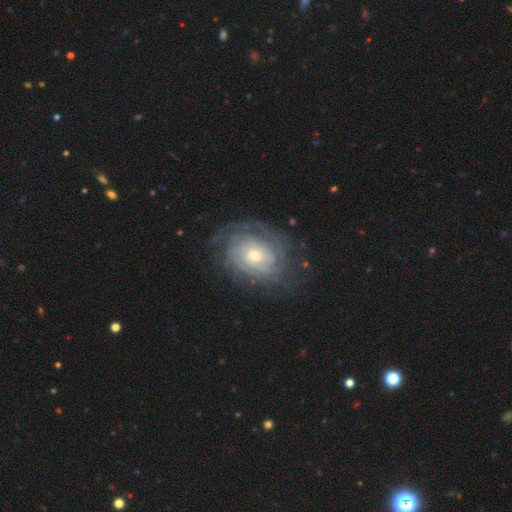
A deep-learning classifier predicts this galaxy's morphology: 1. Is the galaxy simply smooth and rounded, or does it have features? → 82% featured or disk, 12% smooth, 6% star or artifact.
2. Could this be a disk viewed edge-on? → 97% no, 3% yes.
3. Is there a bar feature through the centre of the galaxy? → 71% no, 24% weak, 5% strong.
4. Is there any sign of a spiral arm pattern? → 93% yes, 7% no.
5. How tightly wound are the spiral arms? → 74% tight, 20% medium, 6% loose.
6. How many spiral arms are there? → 47% can't tell, 15% 2, 14% 3, 11% 4, 7% more than 4, 6% 1.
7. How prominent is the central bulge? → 64% moderate, 24% small, 9% large, 2% none, 1% dominant.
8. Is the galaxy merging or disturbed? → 73% none, 17% minor disturbance, 8% major disturbance, 1% merger.